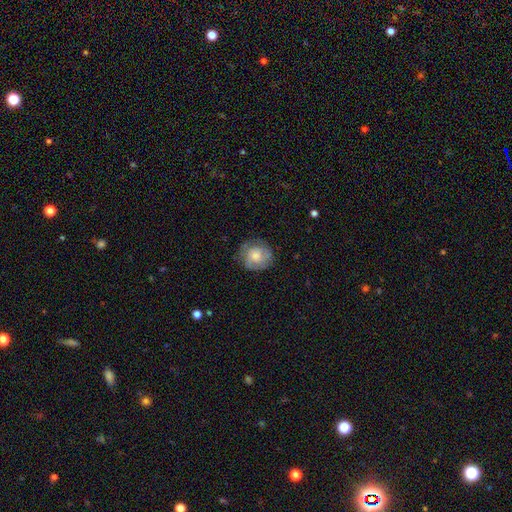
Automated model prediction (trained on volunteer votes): Smooth or featured? Predicted: smooth (p=0.58). How rounded? Predicted: round (p=0.84). Merging? Predicted: none (p=0.72).